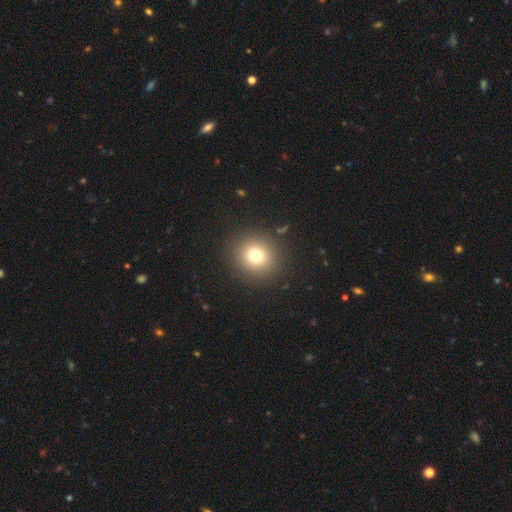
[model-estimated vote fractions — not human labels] Smooth or featured?
  - smooth: 75% *
  - star or artifact: 15%
  - featured or disk: 10%
How rounded?
  - round: 91% *
  - in between: 8%
  - cigar-shaped: 1%
Merging?
  - none: 90% *
  - minor disturbance: 6%
  - major disturbance: 3%
  - merger: 1%